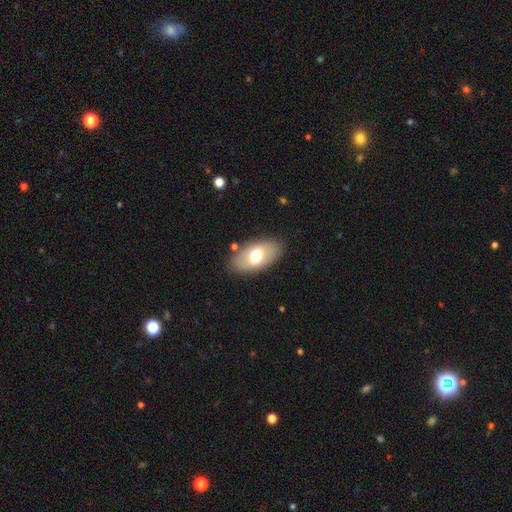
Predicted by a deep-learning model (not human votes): Smooth or featured? smooth (66%)
How rounded? in between (93%)
Merging? none (83%)